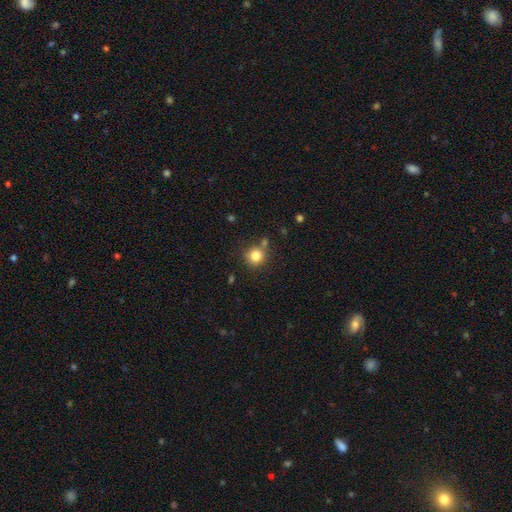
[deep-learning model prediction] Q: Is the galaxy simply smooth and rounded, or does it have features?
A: smooth — 82%.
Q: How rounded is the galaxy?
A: round — 91%.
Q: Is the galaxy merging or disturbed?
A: none — 73%.